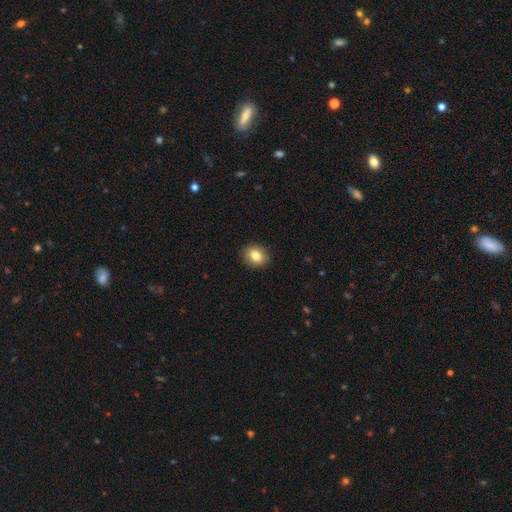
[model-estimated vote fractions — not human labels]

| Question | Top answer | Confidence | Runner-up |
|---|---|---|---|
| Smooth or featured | smooth | 83% | star or artifact (9%) |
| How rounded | round | 59% | in between (40%) |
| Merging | none | 90% | minor disturbance (7%) |